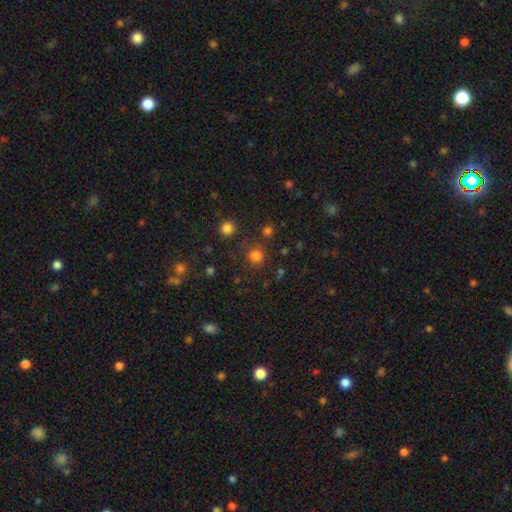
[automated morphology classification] Smooth or featured: smooth — 79% (star or artifact — 16%)
How rounded: round — 93% (in between — 6%)
Merging: none — 84% (minor disturbance — 8%)